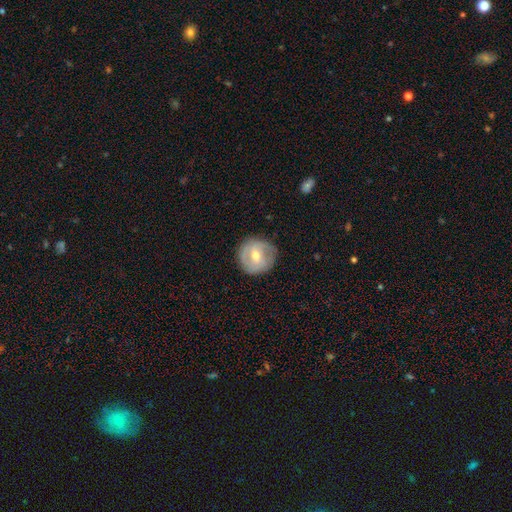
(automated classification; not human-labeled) Smooth or featured? featured or disk (57%)
Edge-on disk? no (95%)
Bar? weak (47%)
Spiral arms? yes (61%)
Bulge size? moderate (66%)
Merging? none (83%)